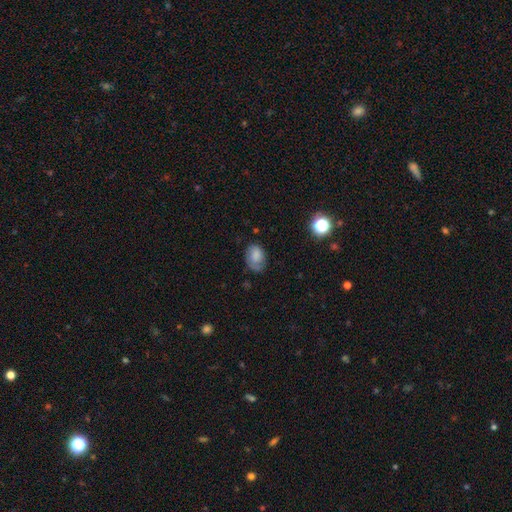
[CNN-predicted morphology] smooth 68%, featured or disk 22%, star or artifact 10%. Down the decision tree: how rounded — in between (77%); merging — none (56%).